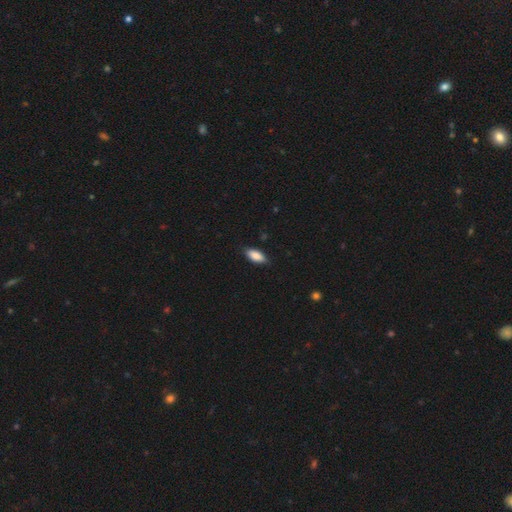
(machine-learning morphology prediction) The model was most divided on "merging": none: 84%, minor disturbance: 13%, major disturbance: 2%, merger: 1%. More confident: smooth or featured — smooth (87%); how rounded — in between (87%).